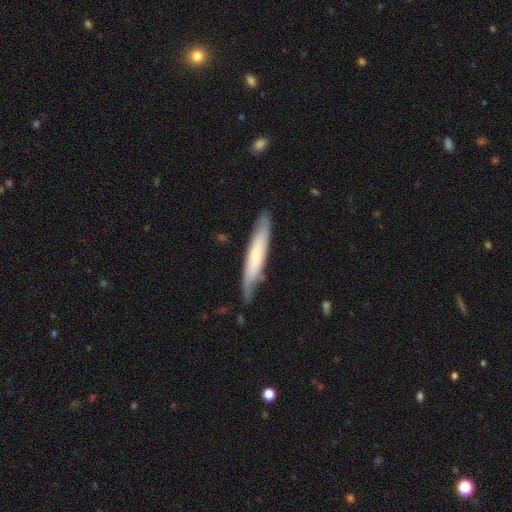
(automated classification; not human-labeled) Smooth or featured: smooth — 56% (featured or disk — 38%)
How rounded: cigar-shaped — 89% (in between — 10%)
Merging: none — 78% (minor disturbance — 17%)